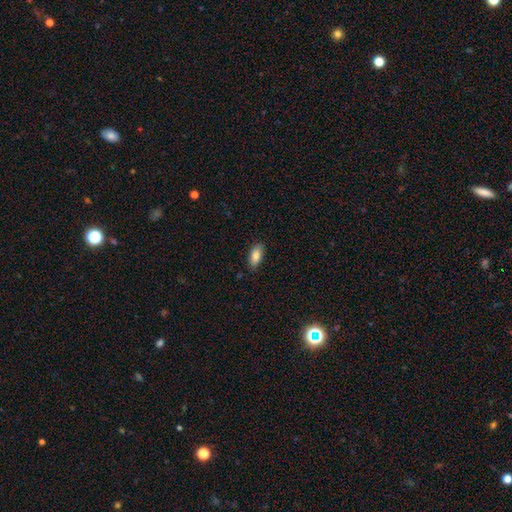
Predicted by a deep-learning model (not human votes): This appears to be a smooth galaxy with no disk features (84%) that is in between round and cigar-shaped (88%). Merging: none (85%).